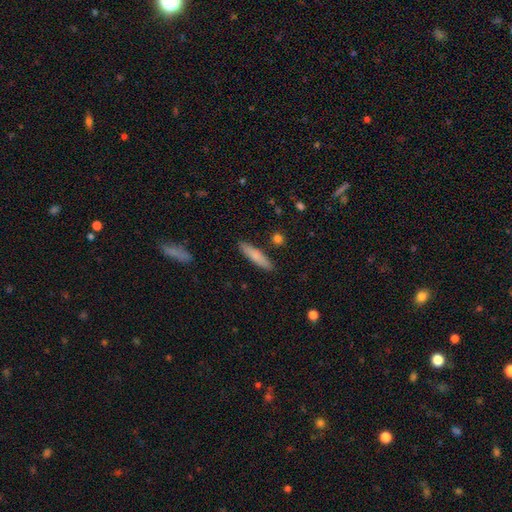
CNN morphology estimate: A smooth galaxy with no disk features (78%) that is cigar-shaped (83%).

Vote fractions:
- Smooth or featured? smooth: 78% / featured or disk: 16% / star or artifact: 6%
- How rounded? cigar-shaped: 83% / in between: 16% / round: 2%
- Merging? none: 88% / minor disturbance: 8% / merger: 2% / major disturbance: 2%